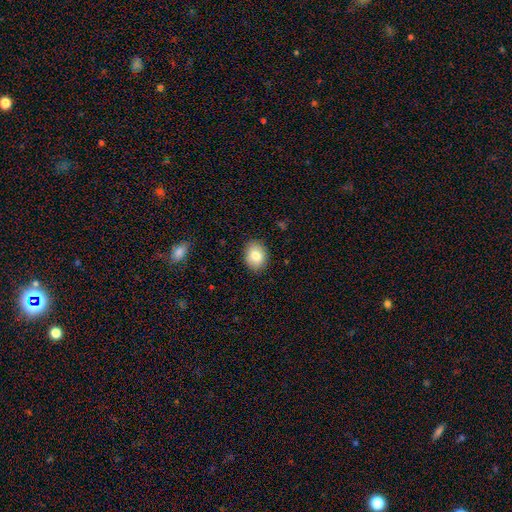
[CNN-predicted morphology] This is clearly a smooth galaxy (82%). How rounded: likely in between (60%). Merging: clearly none (88%).